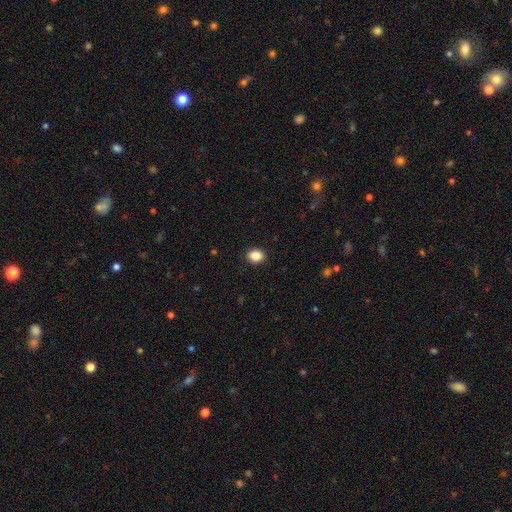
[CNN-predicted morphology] Smooth or featured: smooth — 87% (star or artifact — 9%)
How rounded: in between — 52% (round — 48%)
Merging: none — 91% (minor disturbance — 6%)